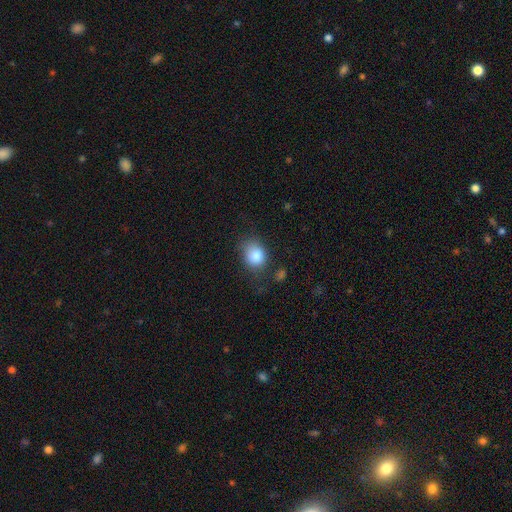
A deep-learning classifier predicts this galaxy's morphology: Smooth or featured?
  - smooth: 84% *
  - star or artifact: 9%
  - featured or disk: 7%
How rounded?
  - round: 54% *
  - in between: 45%
  - cigar-shaped: 1%
Merging?
  - none: 63% *
  - minor disturbance: 25%
  - major disturbance: 9%
  - merger: 3%